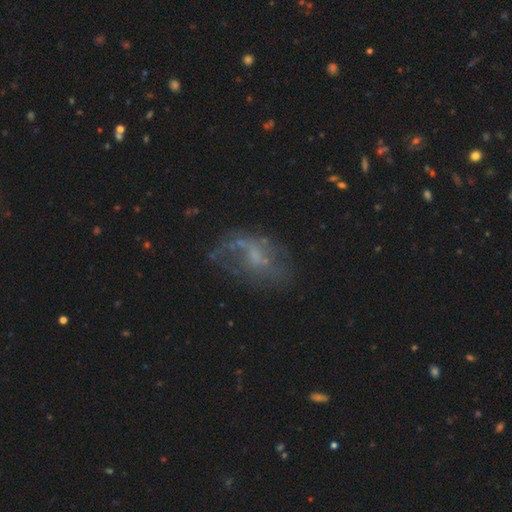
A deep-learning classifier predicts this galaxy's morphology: type=featured or disk (62%); edge-on=no (96%); bar=no (55%); spiral arms=yes (55%); bulge=small (40%); merging=none (47%).